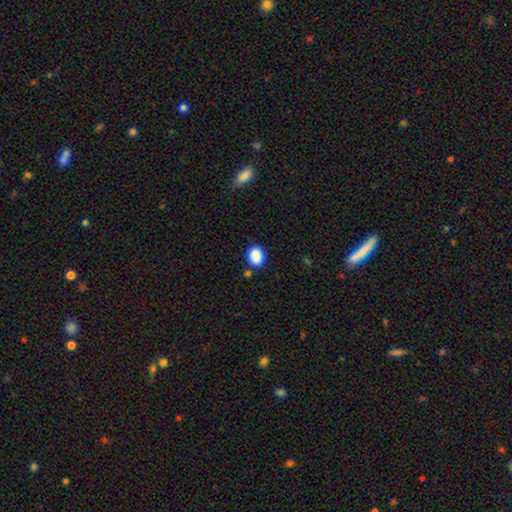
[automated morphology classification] smooth_or_featured: smooth (p=0.87) [alt: star or artifact p=0.09]
how_rounded: round (p=0.52) [alt: in between p=0.47]
merging: none (p=0.74) [alt: minor disturbance p=0.16]